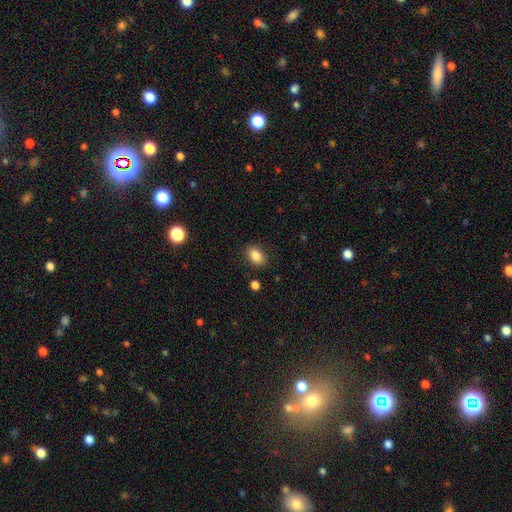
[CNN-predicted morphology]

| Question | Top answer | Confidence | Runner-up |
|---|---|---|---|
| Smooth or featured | smooth | 86% | star or artifact (9%) |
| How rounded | in between | 84% | round (15%) |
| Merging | none | 86% | minor disturbance (10%) |